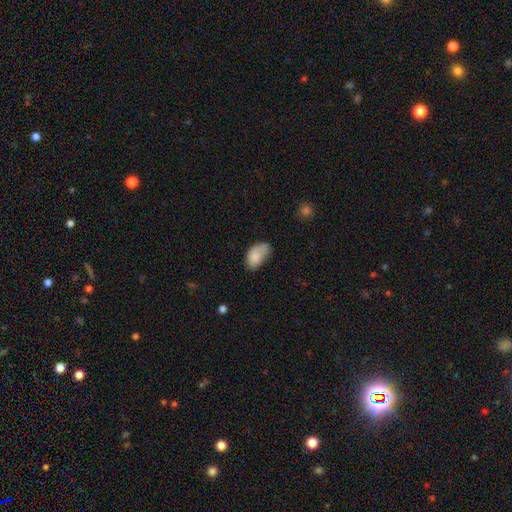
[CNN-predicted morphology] Smooth or featured?
  - smooth: 80% *
  - featured or disk: 12%
  - star or artifact: 7%
How rounded?
  - in between: 93% *
  - round: 5%
  - cigar-shaped: 1%
Merging?
  - none: 49% *
  - minor disturbance: 34%
  - major disturbance: 14%
  - merger: 3%